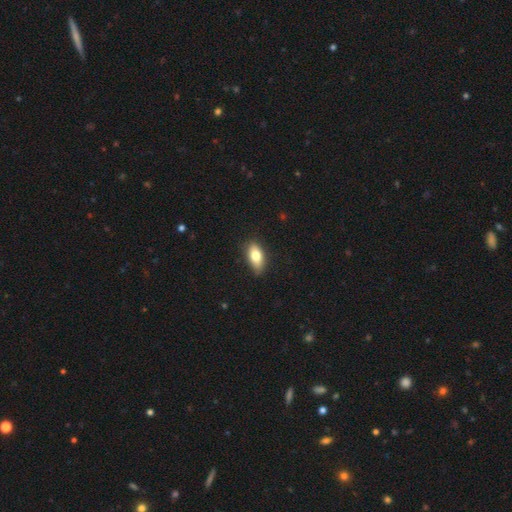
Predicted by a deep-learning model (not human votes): A smooth galaxy with no disk features (77%) that is in between round and cigar-shaped (87%).

Vote fractions:
- Smooth or featured? smooth: 77% / featured or disk: 16% / star or artifact: 7%
- How rounded? in between: 87% / cigar-shaped: 9% / round: 5%
- Merging? none: 82% / minor disturbance: 15% / major disturbance: 2% / merger: 1%